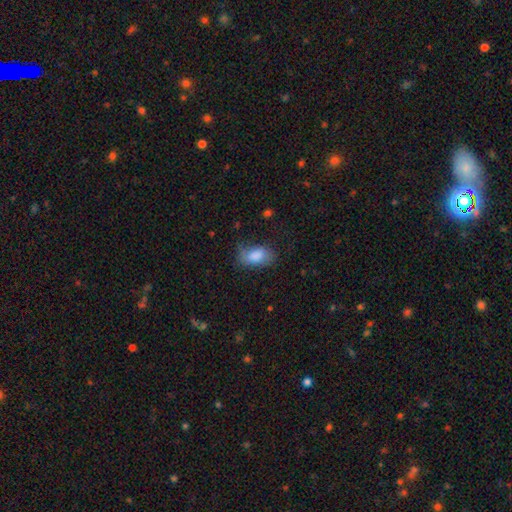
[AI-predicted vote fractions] The model was most divided on "merging": none: 58%, minor disturbance: 28%, major disturbance: 12%, merger: 2%. More confident: how rounded — in between (91%); smooth or featured — smooth (79%).